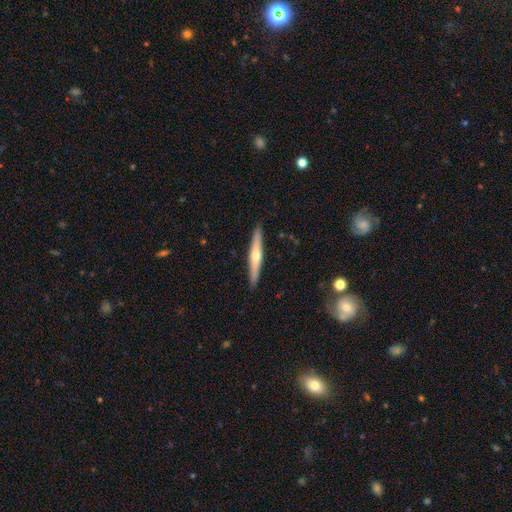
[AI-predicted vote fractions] featured or disk 59%, smooth 36%, star or artifact 5%. Down the decision tree: edge-on disk — yes (96%); edge-on bulge — rounded (86%); merging — none (91%).